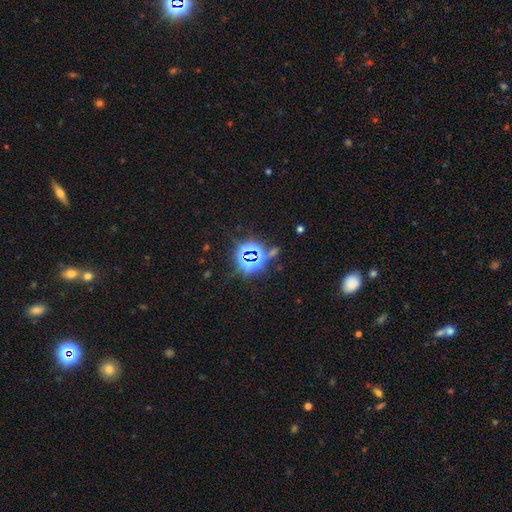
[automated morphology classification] The model was most divided on "smooth or featured": star or artifact: 77%, smooth: 14%, featured or disk: 9%.